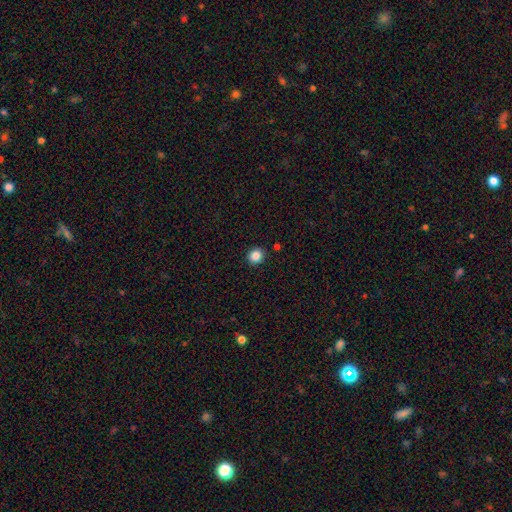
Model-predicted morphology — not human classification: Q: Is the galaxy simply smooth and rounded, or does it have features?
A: smooth — 85%.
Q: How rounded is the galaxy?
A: round — 90%.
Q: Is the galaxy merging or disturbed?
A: none — 91%.